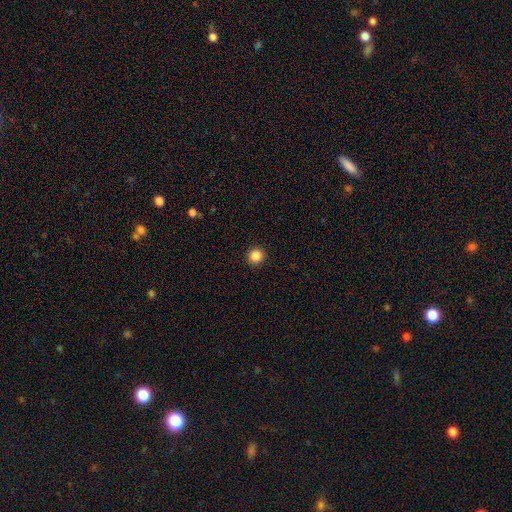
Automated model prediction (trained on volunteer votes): Overall: smooth (87%). How rounded: round (93%). Merging: none (93%).